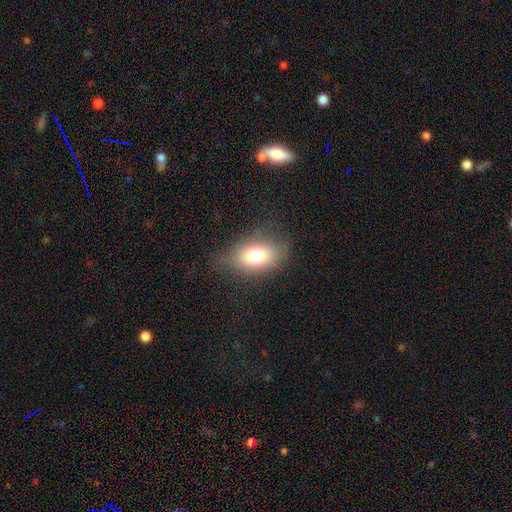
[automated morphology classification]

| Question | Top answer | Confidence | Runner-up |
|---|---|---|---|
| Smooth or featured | smooth | 75% | featured or disk (15%) |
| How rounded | in between | 84% | round (13%) |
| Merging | none | 67% | minor disturbance (23%) |